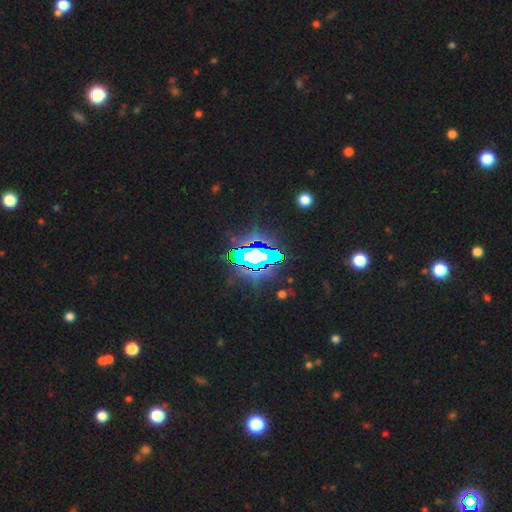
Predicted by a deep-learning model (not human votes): Overall: star or artifact (71%).